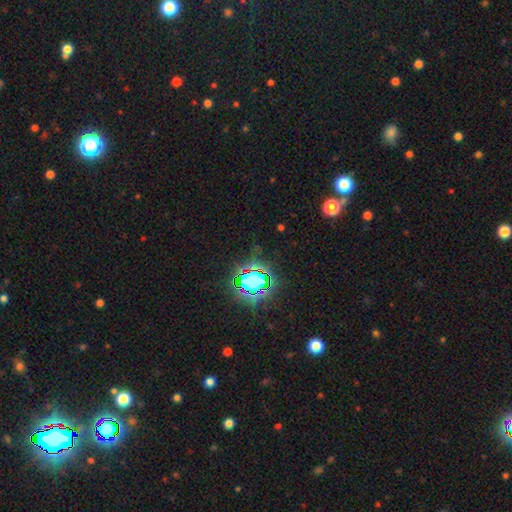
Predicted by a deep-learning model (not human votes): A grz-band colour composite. It shows a star or artifact, not a galaxy (77%).